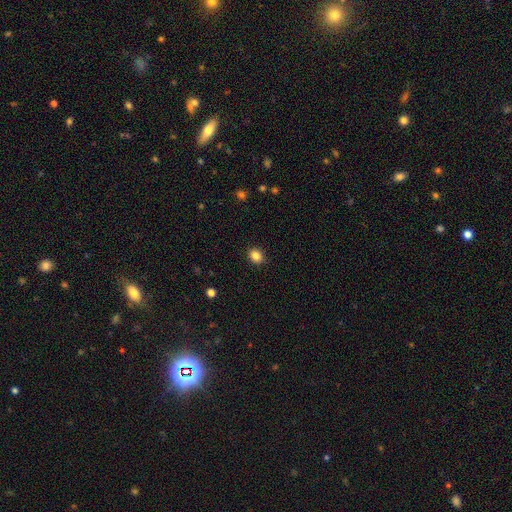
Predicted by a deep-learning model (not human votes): Smooth or featured? smooth (85%)
How rounded? round (65%)
Merging? none (90%)